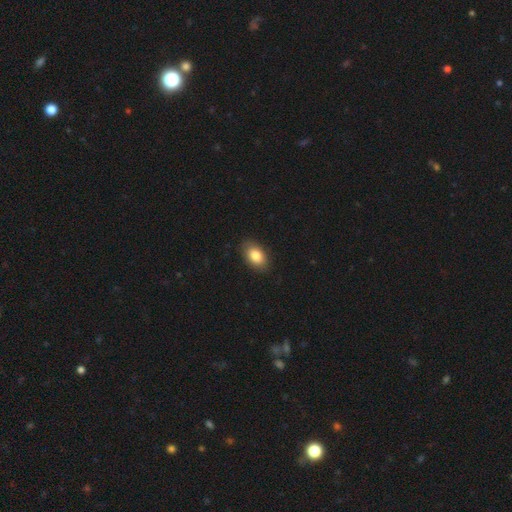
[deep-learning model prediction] A smooth galaxy with no disk features (84%) that is in between round and cigar-shaped (89%). Merging: none (86%).